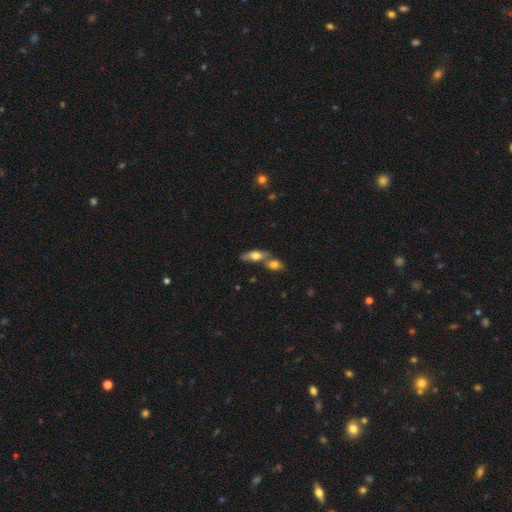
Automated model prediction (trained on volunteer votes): This appears to be a smooth galaxy with no disk features (63%) that is in between round and cigar-shaped (70%). Merging: merger (49%).